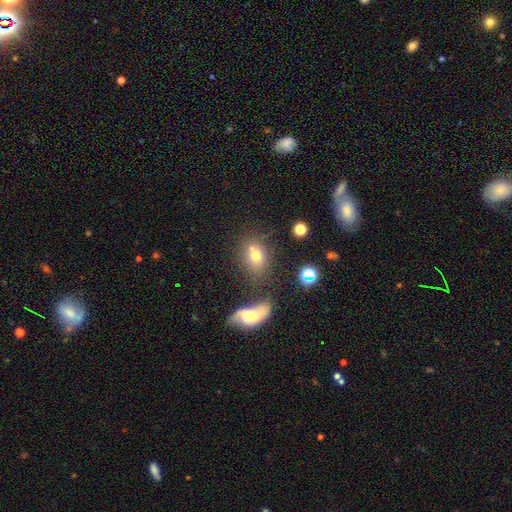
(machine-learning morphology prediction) Smooth or featured? Predicted: smooth (p=0.69). How rounded? Predicted: in between (p=0.65). Merging? Predicted: none (p=0.55).